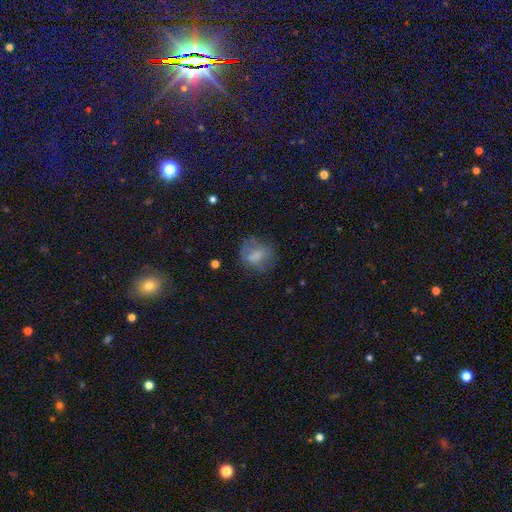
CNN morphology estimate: Q: Smooth or featured?
A: smooth (61%); runner-up: featured or disk (27%)
Q: How rounded?
A: round (50%); runner-up: in between (48%)
Q: Merging?
A: none (52%); runner-up: minor disturbance (25%)